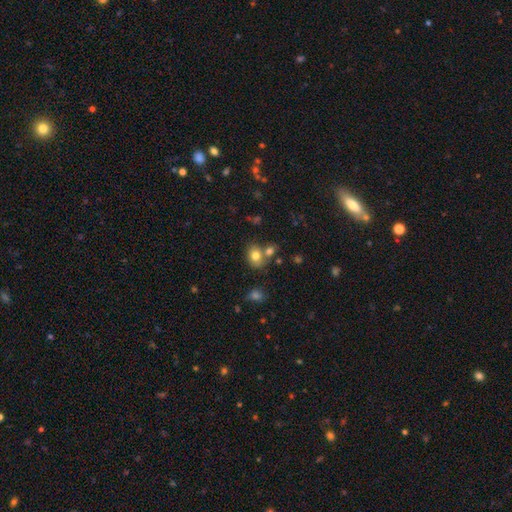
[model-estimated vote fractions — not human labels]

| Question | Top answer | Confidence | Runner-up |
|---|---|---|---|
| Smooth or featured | smooth | 77% | featured or disk (12%) |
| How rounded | in between | 50% | round (49%) |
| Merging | none | 56% | merger (26%) |